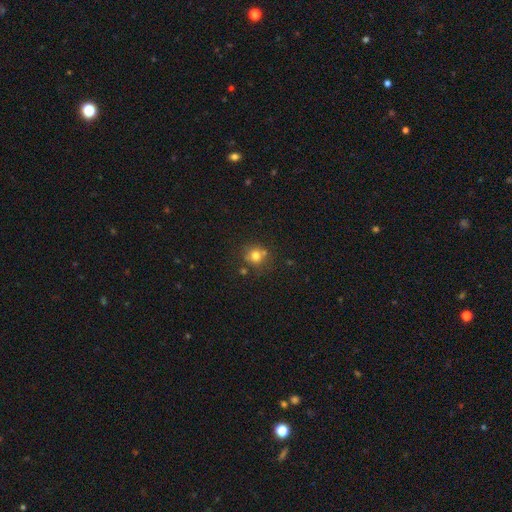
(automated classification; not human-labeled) A smooth galaxy with no disk features (75%) that is round (86%). Merging: none (67%).